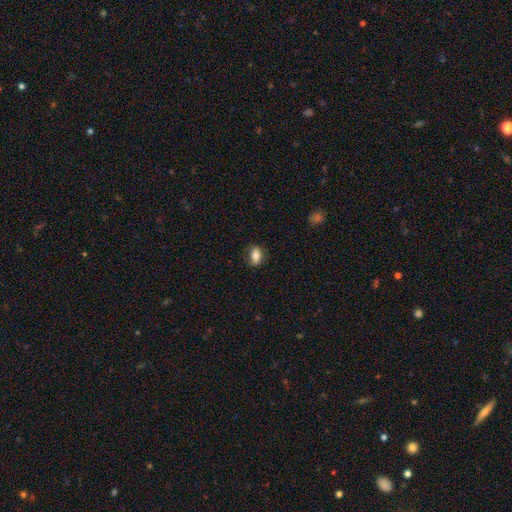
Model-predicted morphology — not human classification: smooth_or_featured: smooth (p=0.79) [alt: featured or disk p=0.12]
how_rounded: in between (p=0.81) [alt: round p=0.14]
merging: none (p=0.81) [alt: minor disturbance p=0.15]